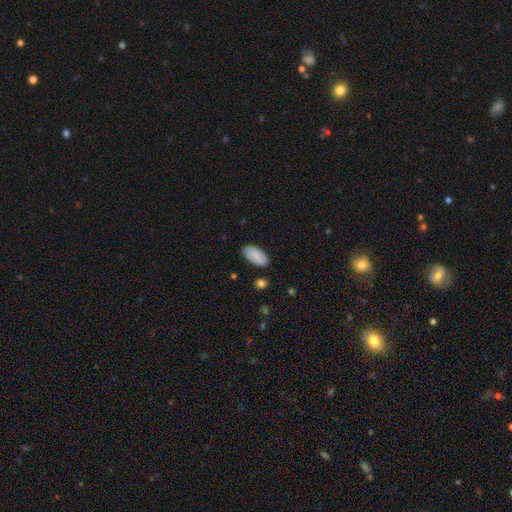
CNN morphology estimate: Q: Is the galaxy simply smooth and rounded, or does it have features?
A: smooth — 84%.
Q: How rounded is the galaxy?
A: in between — 94%.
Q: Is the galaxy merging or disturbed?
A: none — 84%.